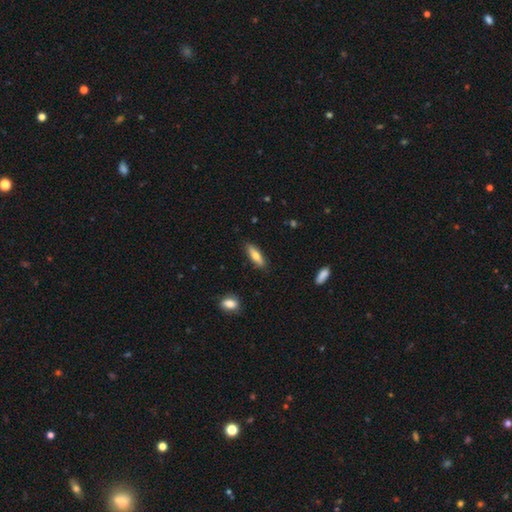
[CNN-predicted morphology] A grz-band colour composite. It shows a smooth galaxy with no disk features (66%) that is cigar-shaped (59%). Merging: none (87%).